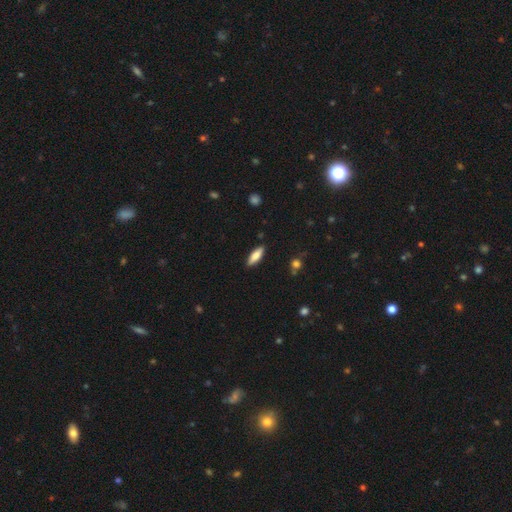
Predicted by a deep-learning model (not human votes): Q: Smooth or featured?
A: smooth (78%); runner-up: featured or disk (16%)
Q: How rounded?
A: in between (55%); runner-up: cigar-shaped (43%)
Q: Merging?
A: none (87%); runner-up: minor disturbance (10%)